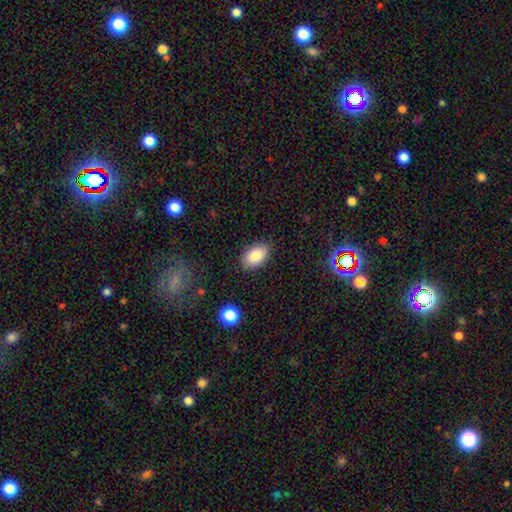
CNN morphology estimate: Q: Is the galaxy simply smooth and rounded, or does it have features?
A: smooth — 86%.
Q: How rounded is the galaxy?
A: in between — 92%.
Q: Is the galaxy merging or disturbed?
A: none — 83%.